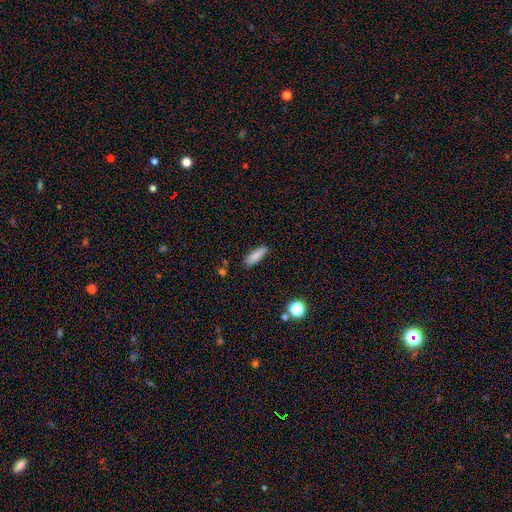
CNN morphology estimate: Smooth or featured?
  - smooth: 85% *
  - star or artifact: 8%
  - featured or disk: 7%
How rounded?
  - in between: 51% *
  - cigar-shaped: 47%
  - round: 2%
Merging?
  - none: 83% *
  - minor disturbance: 13%
  - major disturbance: 2%
  - merger: 2%